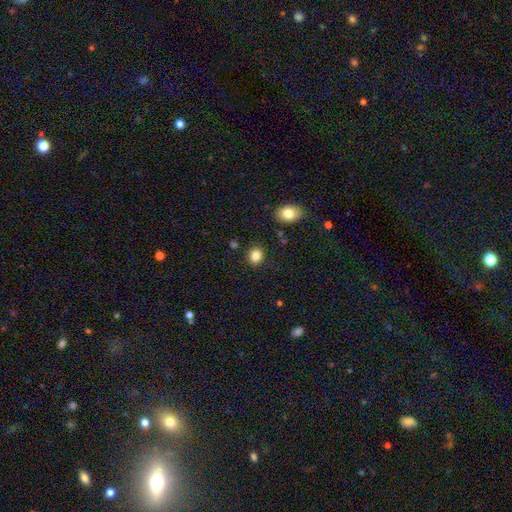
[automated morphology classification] This appears to be a smooth galaxy with no disk features (84%) that is round (69%). Merging: none (87%).